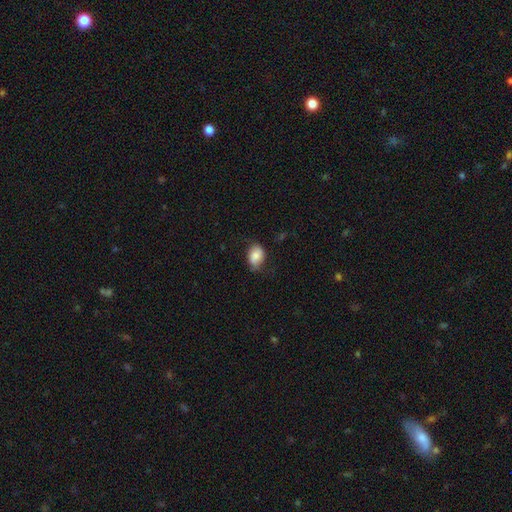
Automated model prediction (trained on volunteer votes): Overall: smooth (80%). How rounded: in between (76%). Merging: none (64%; minor disturbance 27%).